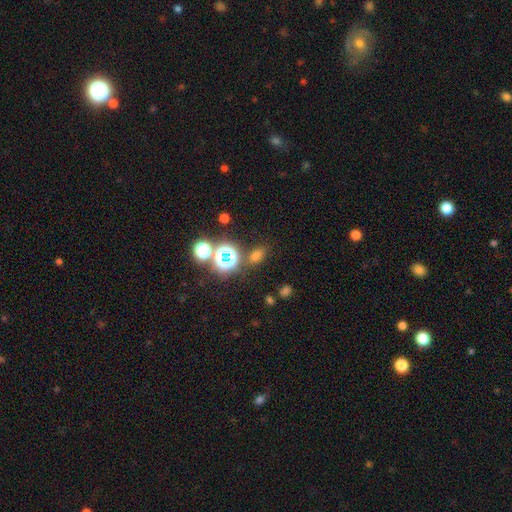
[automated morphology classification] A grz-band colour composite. It shows a smooth galaxy with no disk features (59%) that is in between round and cigar-shaped (68%). Merging: none (78%).